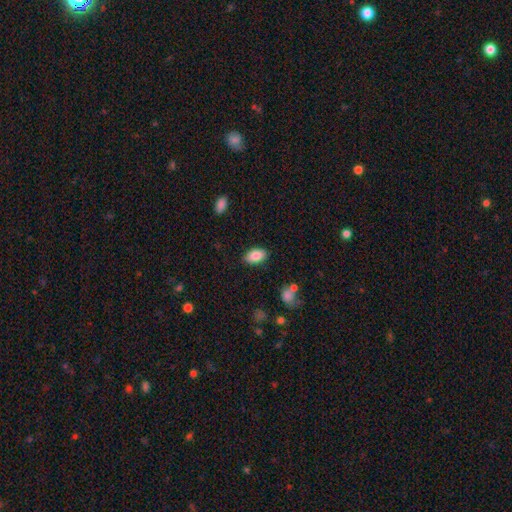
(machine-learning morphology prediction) Overall: smooth (86%). How rounded: in between (92%). Merging: none (85%).